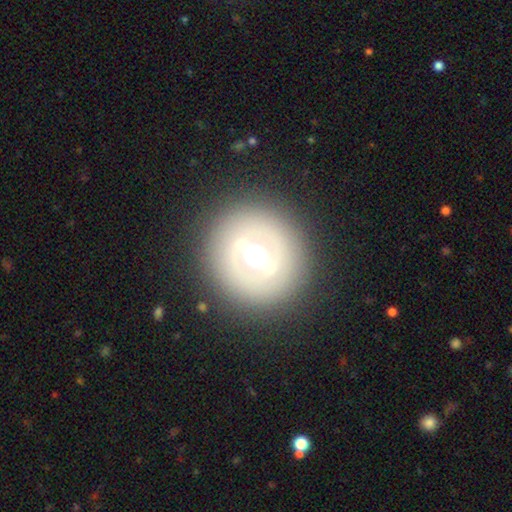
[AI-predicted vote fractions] A featured or disk galaxy (70%) with a strong bar (57%), no spiral arms (80%) and a moderate central bulge (67%). Merging: none (83%).